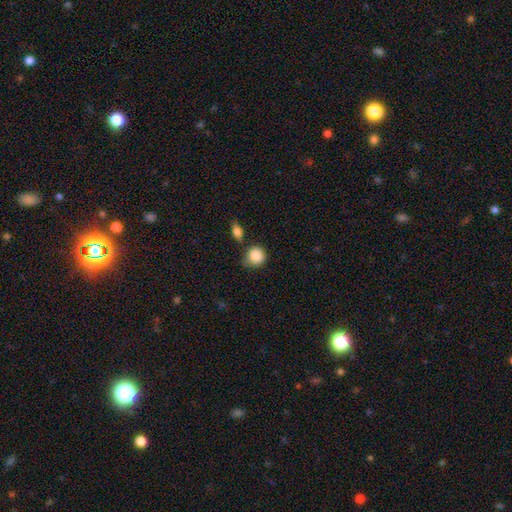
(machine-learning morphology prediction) smooth-or-featured: smooth: 87% | star or artifact: 8% | featured or disk: 5%
  how-rounded: round: 88% | in between: 11% | cigar-shaped: 1%
  merging: none: 68% | minor disturbance: 19% | merger: 8% | major disturbance: 4%